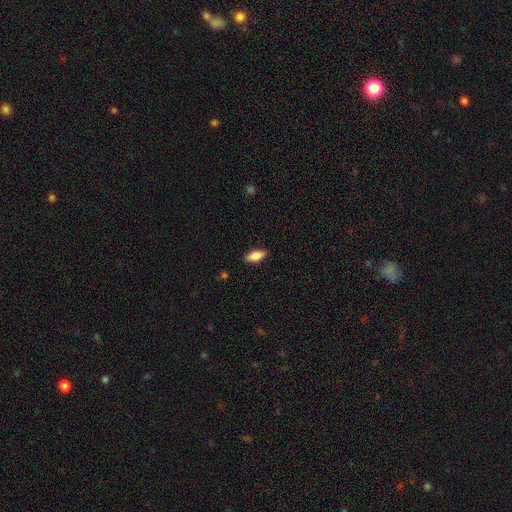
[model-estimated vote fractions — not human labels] Smooth or featured: smooth — 82% (featured or disk — 11%)
How rounded: in between — 83% (cigar-shaped — 15%)
Merging: none — 88% (minor disturbance — 10%)